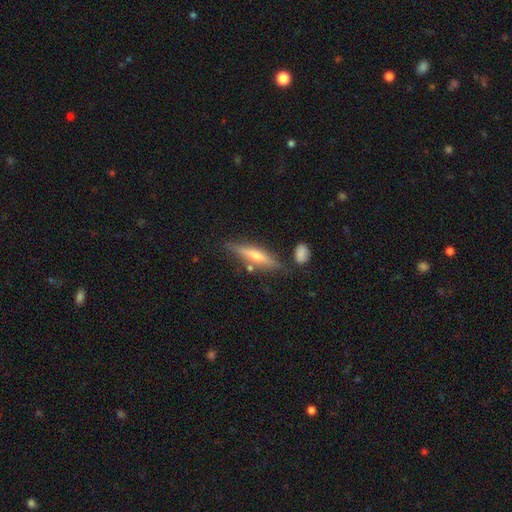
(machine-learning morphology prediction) Smooth or featured: featured or disk — 56% (smooth — 37%)
Edge-on disk: yes — 93% (no — 7%)
Edge-on bulge: rounded — 73% (none — 18%)
Merging: none — 75% (minor disturbance — 14%)